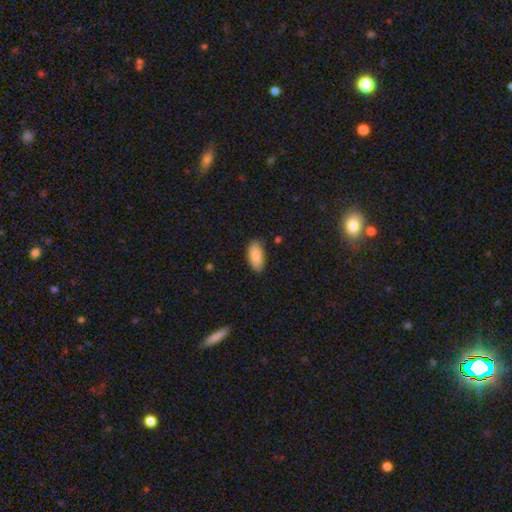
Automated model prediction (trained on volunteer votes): smooth 90%, star or artifact 6%, featured or disk 5%. Down the decision tree: how rounded — in between (89%); merging — none (82%).